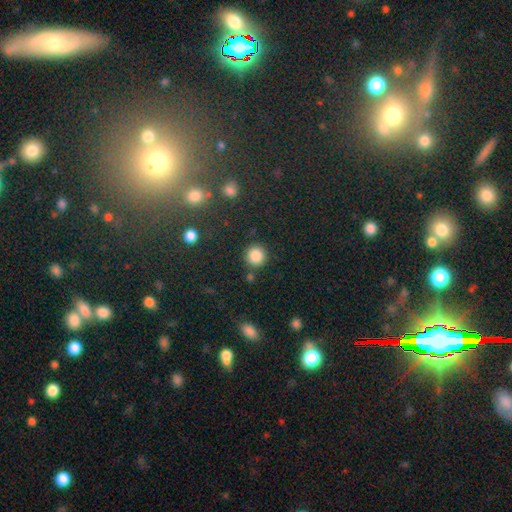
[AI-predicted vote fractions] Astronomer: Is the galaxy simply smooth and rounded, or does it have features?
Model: smooth — 85%.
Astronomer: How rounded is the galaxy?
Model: round — 93%.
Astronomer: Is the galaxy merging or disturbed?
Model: none — 86%.